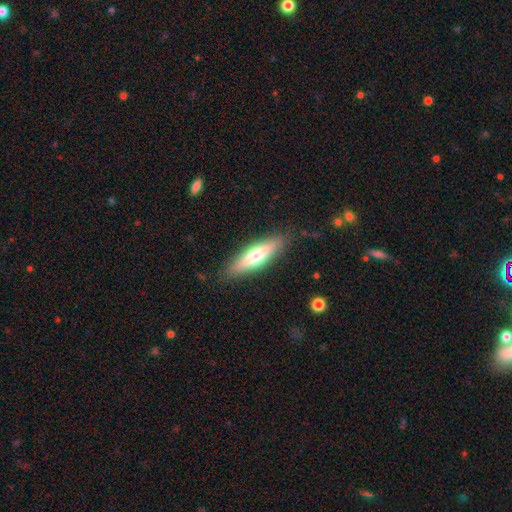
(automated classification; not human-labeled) This appears to be a smooth galaxy with no disk features (59%) that is cigar-shaped (66%). Merging: none (86%).